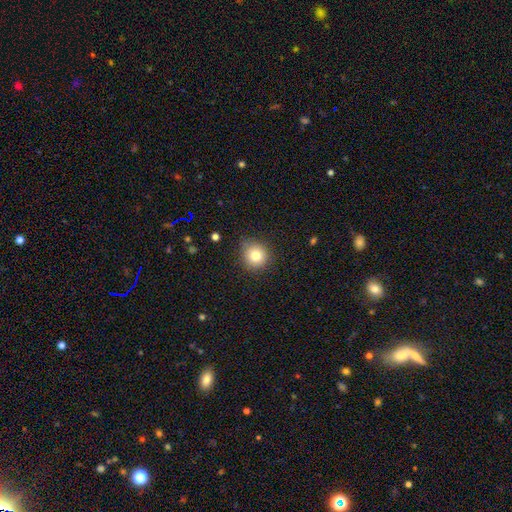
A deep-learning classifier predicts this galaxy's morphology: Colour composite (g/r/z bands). It shows a smooth galaxy with no disk features (80%) that is round (90%). Merging: none (81%).